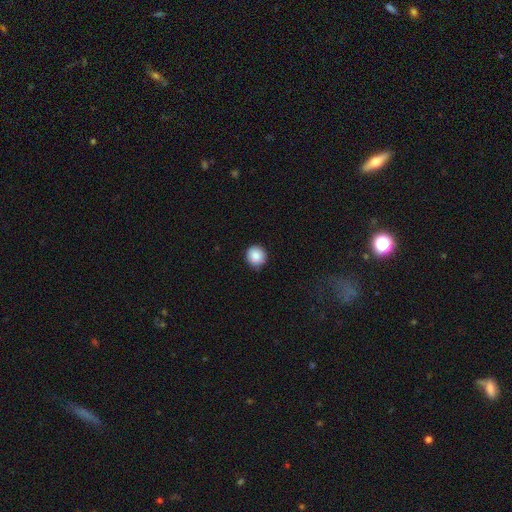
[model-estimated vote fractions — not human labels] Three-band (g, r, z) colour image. It shows a smooth galaxy with no disk features (88%) that is round (92%). Merging: none (85%).